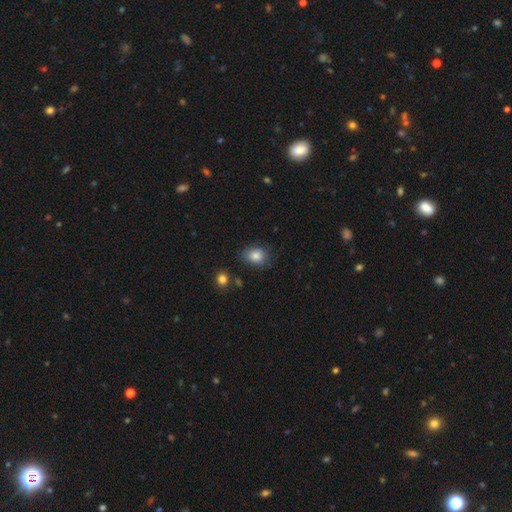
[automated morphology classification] A smooth galaxy with no disk features (84%) that is in between round and cigar-shaped (54%).

Vote fractions:
- Smooth or featured? smooth: 84% / star or artifact: 10% / featured or disk: 7%
- How rounded? in between: 54% / round: 45% / cigar-shaped: 1%
- Merging? none: 76% / minor disturbance: 17% / major disturbance: 4% / merger: 3%